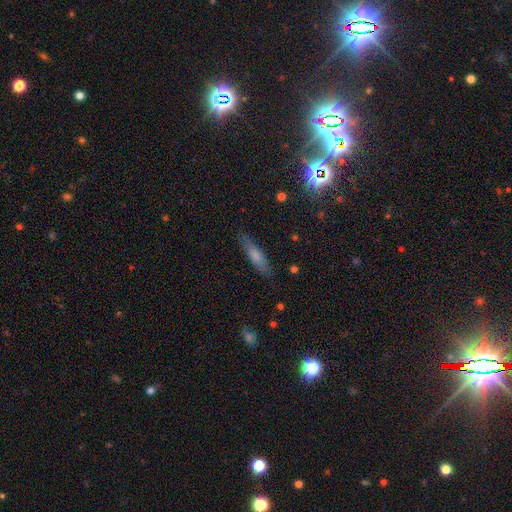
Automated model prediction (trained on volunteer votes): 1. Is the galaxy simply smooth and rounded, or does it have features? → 67% smooth, 25% featured or disk, 7% star or artifact.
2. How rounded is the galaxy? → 76% cigar-shaped, 23% in between, 2% round.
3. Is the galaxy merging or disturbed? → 85% none, 12% minor disturbance, 2% major disturbance, 1% merger.